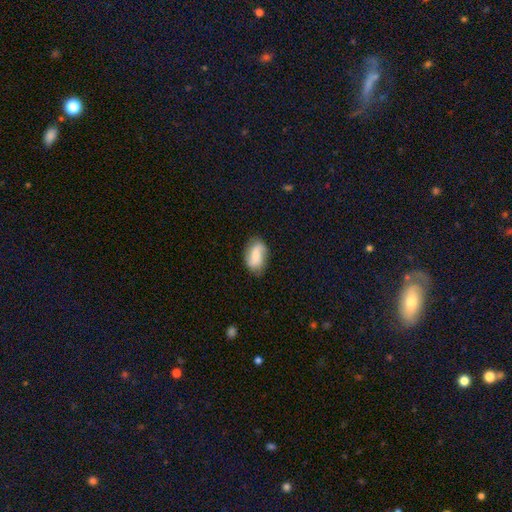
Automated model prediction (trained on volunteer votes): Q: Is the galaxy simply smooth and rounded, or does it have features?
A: smooth — 64%.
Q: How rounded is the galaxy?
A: in between — 90%.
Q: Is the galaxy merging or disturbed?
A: none — 72%.